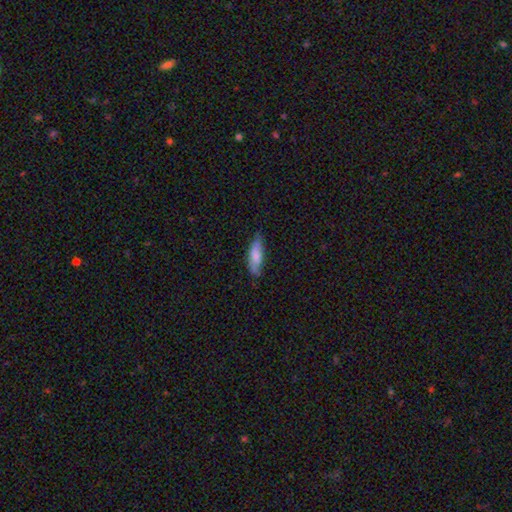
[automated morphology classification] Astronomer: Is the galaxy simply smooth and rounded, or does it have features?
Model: smooth — 75%.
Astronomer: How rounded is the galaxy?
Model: in between — 53% (runner-up: cigar-shaped, 46%).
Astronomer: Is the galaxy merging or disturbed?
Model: none — 71%.